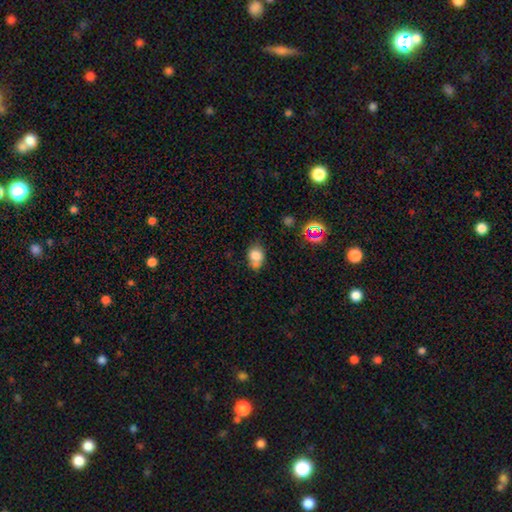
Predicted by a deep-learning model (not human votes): Smooth or featured? smooth (75%)
How rounded? in between (59%)
Merging? none (45%)